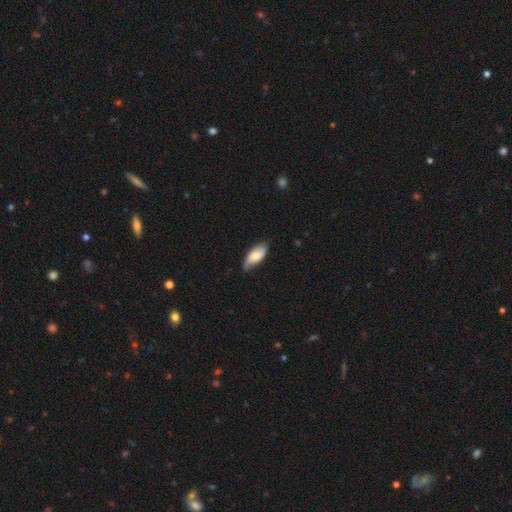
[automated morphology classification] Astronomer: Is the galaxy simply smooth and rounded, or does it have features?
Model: smooth — 72%.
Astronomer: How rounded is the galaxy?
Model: in between — 87%.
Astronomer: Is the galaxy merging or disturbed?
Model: none — 71%.